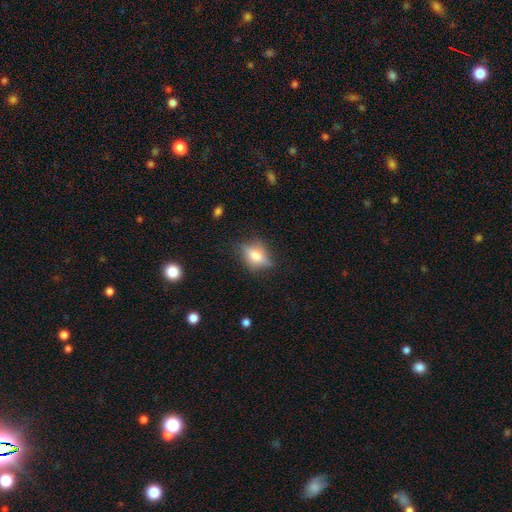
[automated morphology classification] This appears to be a smooth galaxy with no disk features (51%) that is in between round and cigar-shaped (65%). Merging: none (72%).